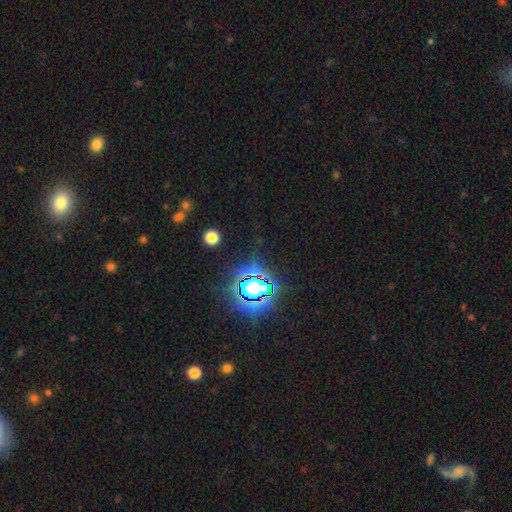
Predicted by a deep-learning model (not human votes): The model was most divided on "smooth or featured": star or artifact: 79%, smooth: 13%, featured or disk: 8%.